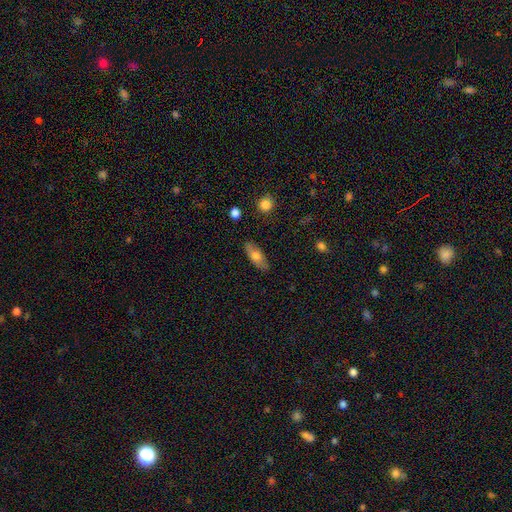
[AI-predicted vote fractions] A smooth galaxy with no disk features (68%) that is in between round and cigar-shaped (74%). Merging: none (86%).